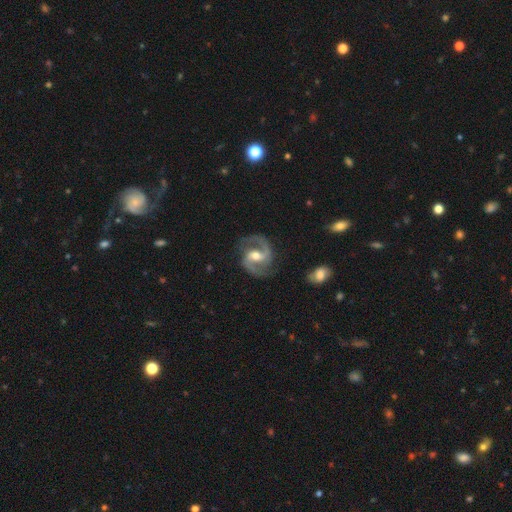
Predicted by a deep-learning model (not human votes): smooth_or_featured: featured or disk (p=0.92) [alt: star or artifact p=0.04]
disk_edge_on: no (p=0.98) [alt: yes p=0.02]
bar: weak (p=0.44) [alt: strong p=0.35]
has_spiral_arms: yes (p=0.98) [alt: no p=0.02]
spiral_winding: medium (p=0.64) [alt: loose p=0.18]
spiral_arm_count: 2 (p=0.94) [alt: can't tell p=0.02]
bulge_size: moderate (p=0.71) [alt: small p=0.22]
merging: none (p=0.82) [alt: minor disturbance p=0.12]